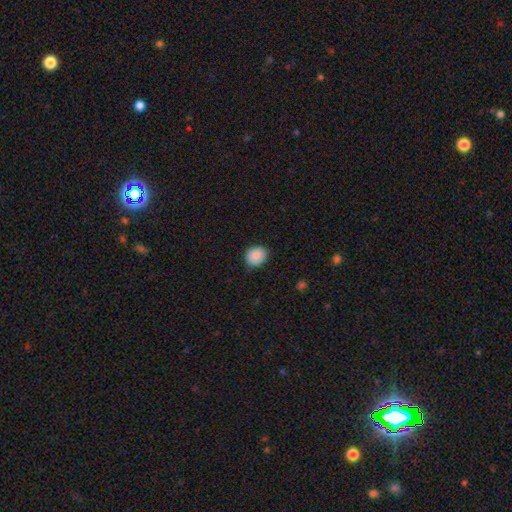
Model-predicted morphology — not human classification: This appears to be a smooth galaxy with no disk features (88%) that is round (64%). Merging: none (81%).